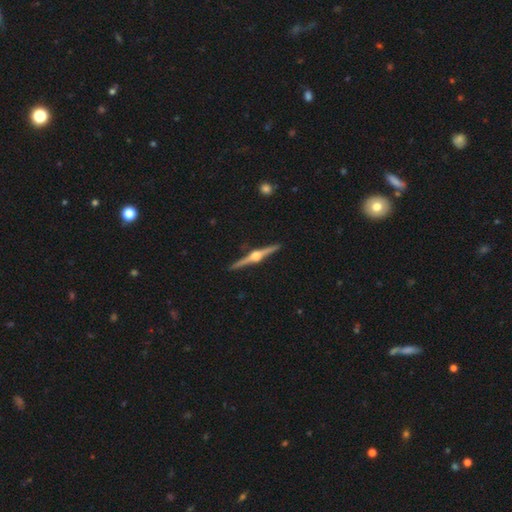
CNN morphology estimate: Smooth or featured: featured or disk — 88% (smooth — 7%)
Edge-on disk: yes — 99% (no — 1%)
Edge-on bulge: rounded — 96% (boxy — 3%)
Merging: none — 93% (minor disturbance — 5%)